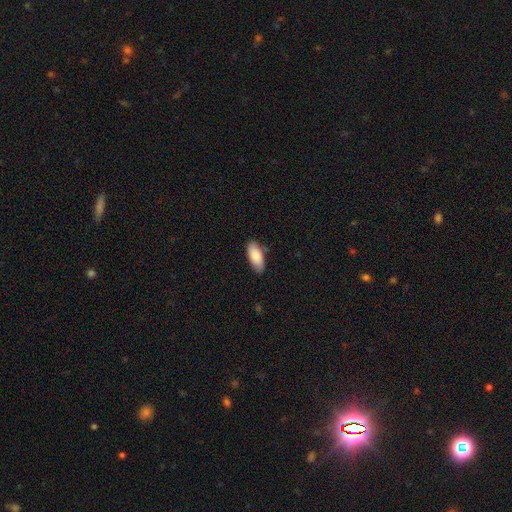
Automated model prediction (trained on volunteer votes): Smooth or featured?
  - smooth: 85% *
  - featured or disk: 9%
  - star or artifact: 6%
How rounded?
  - in between: 88% *
  - cigar-shaped: 10%
  - round: 2%
Merging?
  - none: 78% *
  - minor disturbance: 18%
  - major disturbance: 3%
  - merger: 2%